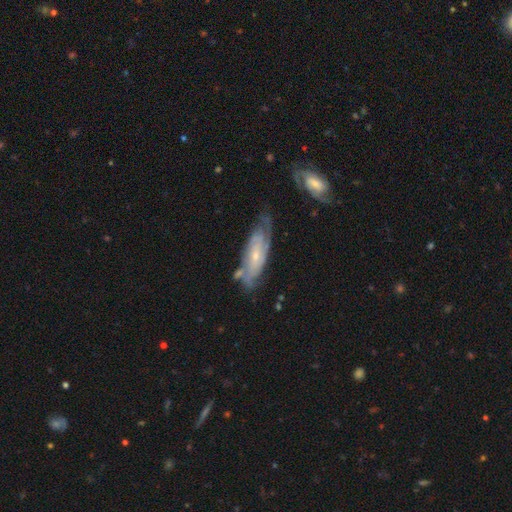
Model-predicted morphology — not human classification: Q: Smooth or featured?
A: featured or disk (69%); runner-up: smooth (25%)
Q: Edge-on disk?
A: no (81%); runner-up: yes (19%)
Q: Bar?
A: no (70%); runner-up: weak (25%)
Q: Spiral arms?
A: yes (83%); runner-up: no (17%)
Q: Bulge size?
A: small (71%); runner-up: moderate (24%)
Q: Merging?
A: none (60%); runner-up: minor disturbance (24%)